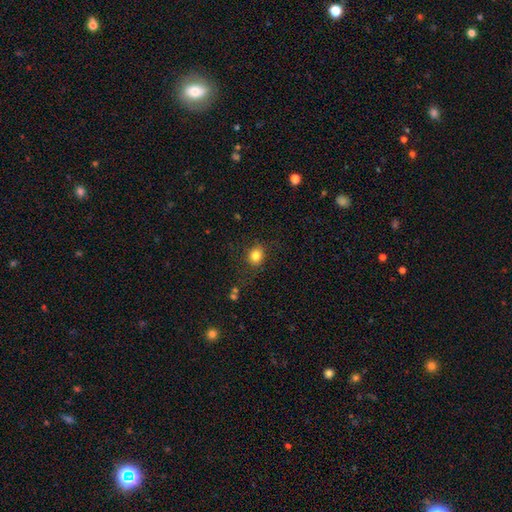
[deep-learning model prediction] Smooth or featured?
  - smooth: 82% *
  - star or artifact: 11%
  - featured or disk: 6%
How rounded?
  - round: 66% *
  - in between: 33%
  - cigar-shaped: 1%
Merging?
  - none: 82% *
  - minor disturbance: 12%
  - major disturbance: 5%
  - merger: 1%